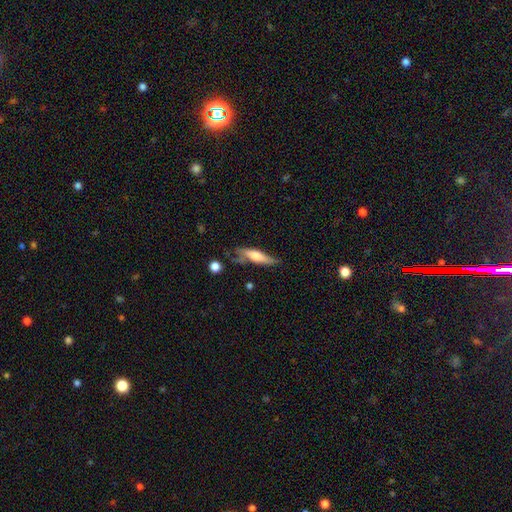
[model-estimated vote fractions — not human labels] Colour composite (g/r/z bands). It shows a smooth galaxy with no disk features (59%) that is cigar-shaped (66%). Merging: none (47%).